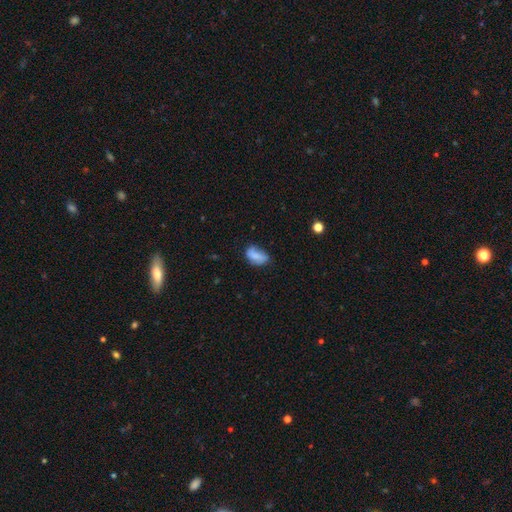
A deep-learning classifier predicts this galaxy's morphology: This is likely a smooth galaxy (72%). How rounded: clearly in between (88%). Merging: possibly none (47%).